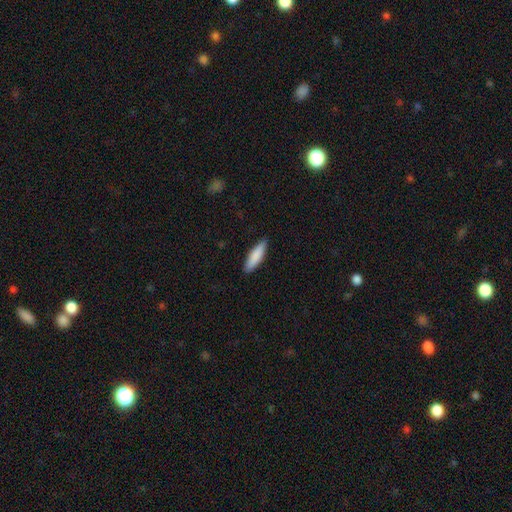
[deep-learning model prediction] This appears to be a smooth galaxy with no disk features (86%) that is cigar-shaped (61%). Merging: none (88%).